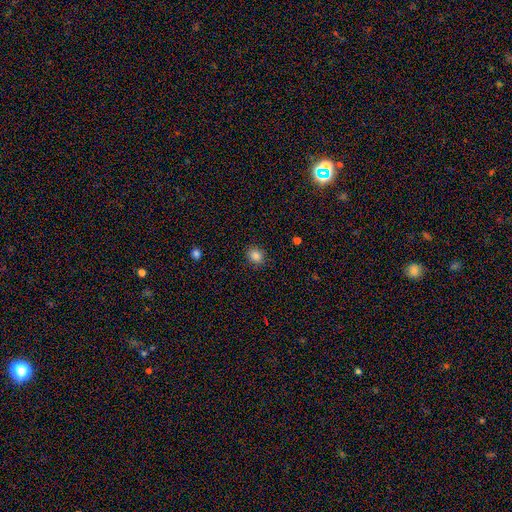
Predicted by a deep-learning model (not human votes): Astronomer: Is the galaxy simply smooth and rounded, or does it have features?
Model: smooth — 85%.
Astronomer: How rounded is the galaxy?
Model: round — 69%.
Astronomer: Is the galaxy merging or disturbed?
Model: none — 88%.